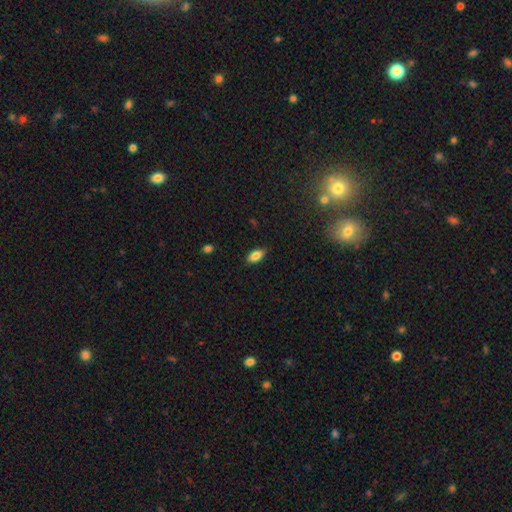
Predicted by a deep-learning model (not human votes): Smooth or featured?
  - smooth: 84% *
  - star or artifact: 8%
  - featured or disk: 8%
How rounded?
  - in between: 90% *
  - cigar-shaped: 6%
  - round: 4%
Merging?
  - none: 85% *
  - minor disturbance: 12%
  - major disturbance: 2%
  - merger: 1%